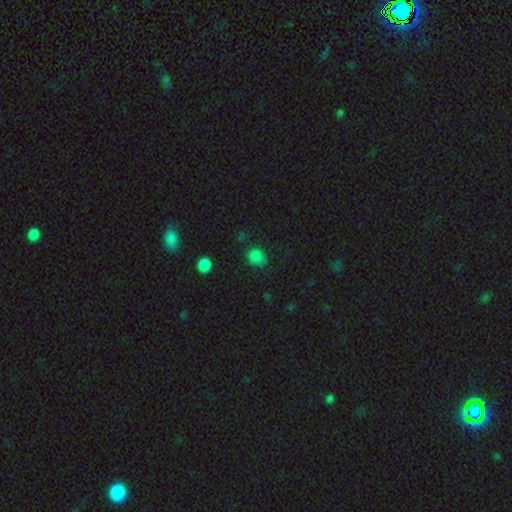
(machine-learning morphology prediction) Smooth or featured? smooth (78%)
How rounded? round (52%)
Merging? none (58%)